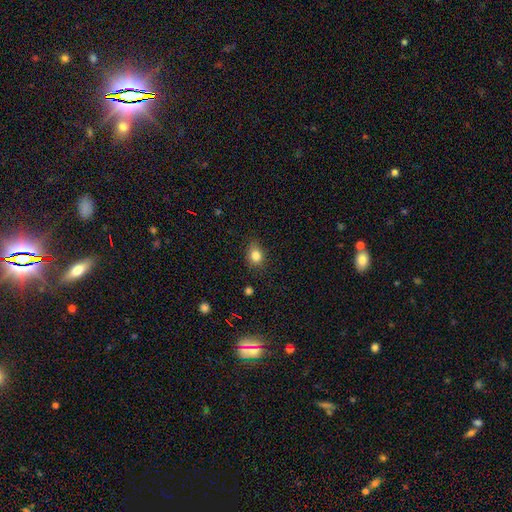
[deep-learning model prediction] A smooth galaxy with no disk features (83%) that is in between round and cigar-shaped (51%).

Vote fractions:
- Smooth or featured? smooth: 83% / star or artifact: 11% / featured or disk: 6%
- How rounded? in between: 51% / round: 48% / cigar-shaped: 1%
- Merging? none: 77% / minor disturbance: 17% / major disturbance: 4% / merger: 1%